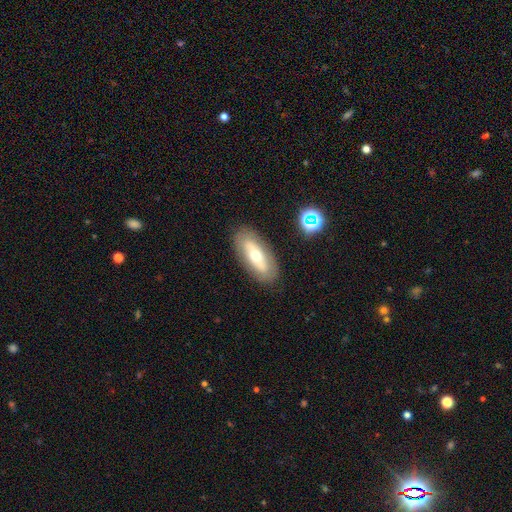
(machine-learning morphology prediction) This is possibly a featured or disk galaxy (47%). Merging: clearly none (84%).